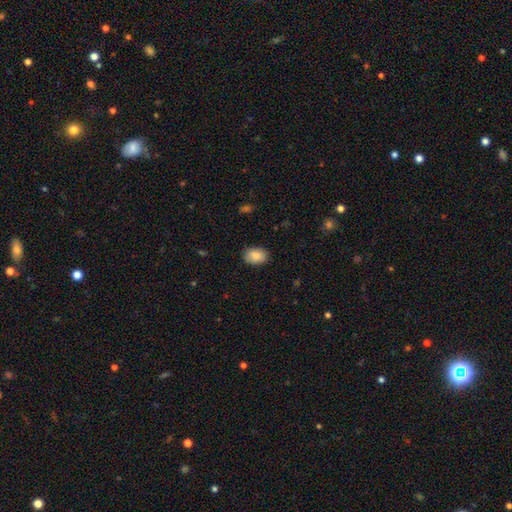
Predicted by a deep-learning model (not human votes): A smooth galaxy with no disk features (87%) that is in between round and cigar-shaped (84%). Merging: none (87%).